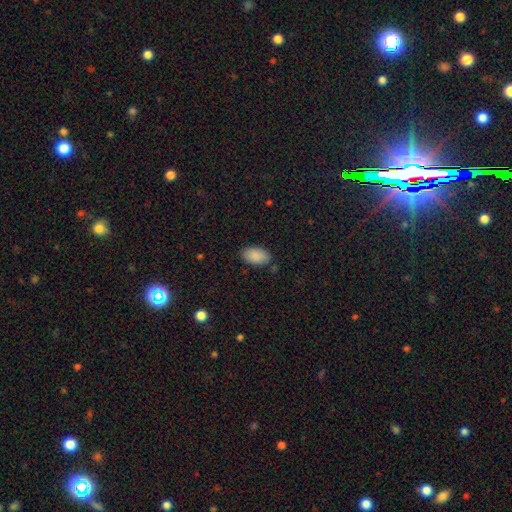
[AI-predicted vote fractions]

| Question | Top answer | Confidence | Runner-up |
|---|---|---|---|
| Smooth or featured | smooth | 89% | star or artifact (7%) |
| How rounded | in between | 94% | round (4%) |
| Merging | none | 82% | minor disturbance (13%) |